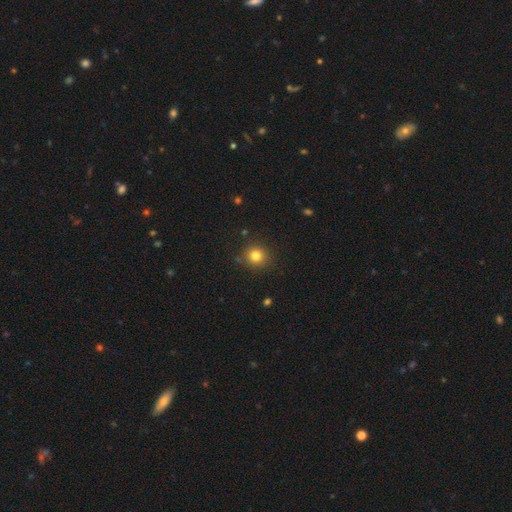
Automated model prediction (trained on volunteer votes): A smooth galaxy with no disk features (80%) that is round (92%).

Vote fractions:
- Smooth or featured? smooth: 80% / star or artifact: 13% / featured or disk: 6%
- How rounded? round: 92% / in between: 7% / cigar-shaped: 1%
- Merging? none: 88% / minor disturbance: 8% / major disturbance: 2% / merger: 2%